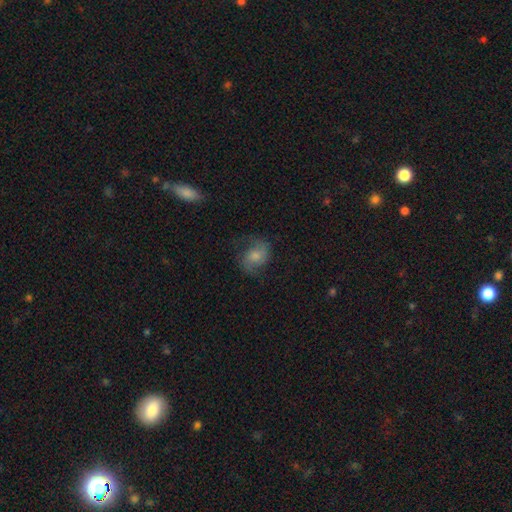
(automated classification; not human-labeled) Overall: featured or disk (57%; smooth 34%). Edge-on disk: no (97%). Bar: no (65%; weak 29%). Spiral arms: yes (90%). Bulge size: moderate (45%; small 35%). Merging: none (66%).